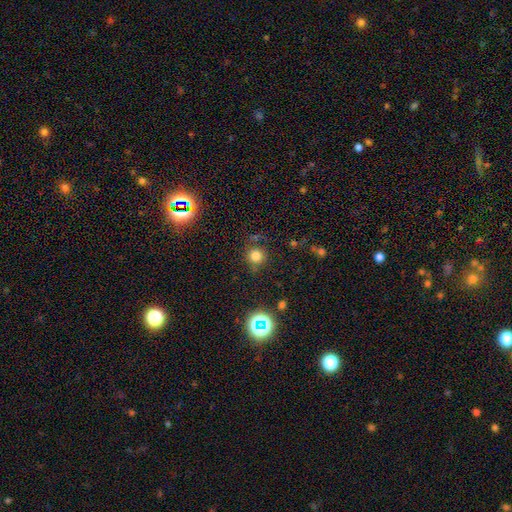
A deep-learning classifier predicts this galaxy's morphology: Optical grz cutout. It shows a smooth galaxy with no disk features (75%) that is round (93%). Merging: none (79%).